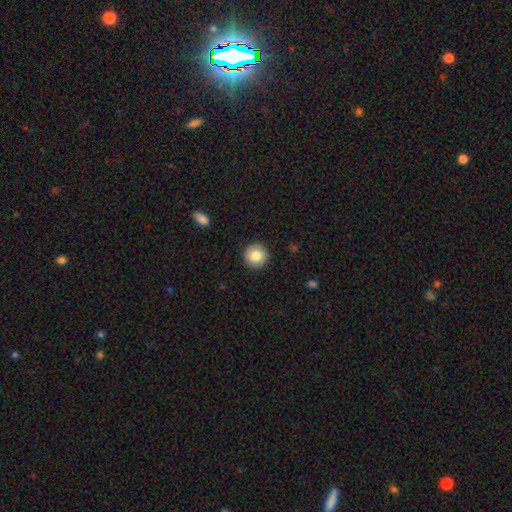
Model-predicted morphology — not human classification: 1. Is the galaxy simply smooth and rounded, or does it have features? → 84% smooth, 8% star or artifact, 8% featured or disk.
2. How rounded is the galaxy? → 95% round, 4% in between, 1% cigar-shaped.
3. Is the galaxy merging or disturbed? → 92% none, 5% minor disturbance, 2% major disturbance, 1% merger.